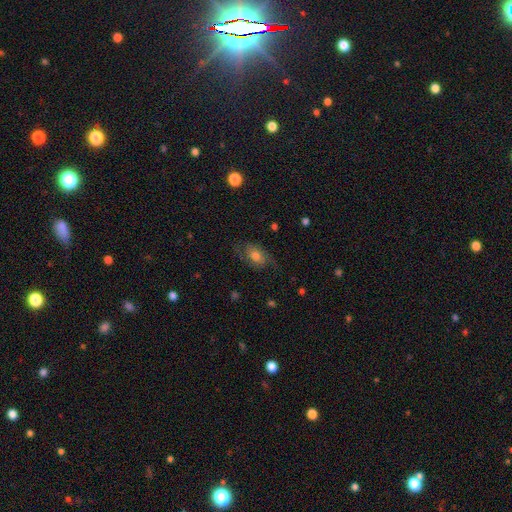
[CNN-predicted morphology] Overall: featured or disk (50%; smooth 40%). Merging: none (65%).